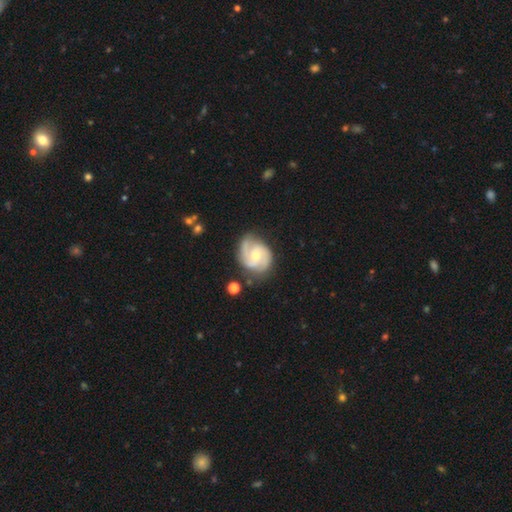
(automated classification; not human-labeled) featured or disk 84%, smooth 11%, star or artifact 5%. Down the decision tree: edge-on disk — no (98%); bar — no (50%); spiral arms — yes (97%); spiral arm count — 2 (73%); spiral winding — medium (49%); bulge size — small (48%, tied with moderate); merging — none (72%).